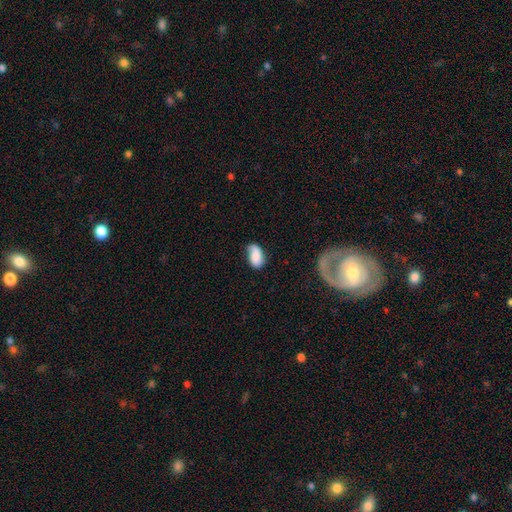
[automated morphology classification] A smooth galaxy with no disk features (76%) that is in between round and cigar-shaped (92%). Merging: none (55%).